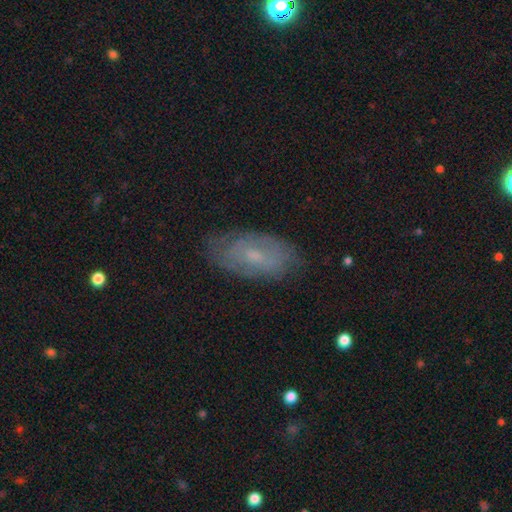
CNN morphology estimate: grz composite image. It shows a featured or disk galaxy (48%). Merging: none (78%).